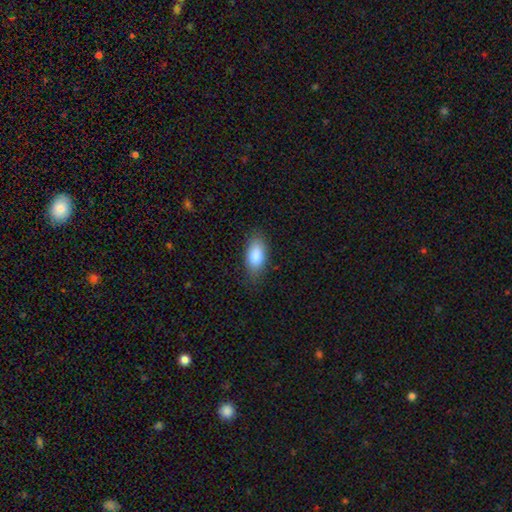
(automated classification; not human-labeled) Overall: smooth (85%). How rounded: in between (91%). Merging: none (81%).